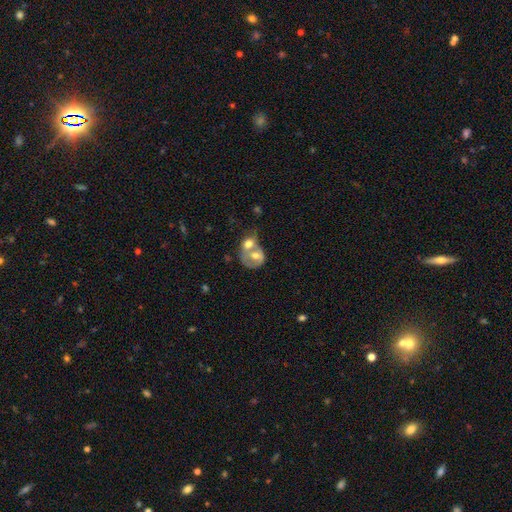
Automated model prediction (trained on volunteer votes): This appears to be a smooth galaxy with no disk features (49%). Merging: merger (72%).